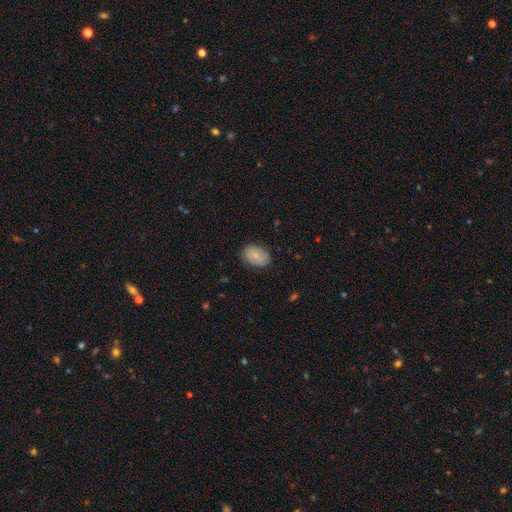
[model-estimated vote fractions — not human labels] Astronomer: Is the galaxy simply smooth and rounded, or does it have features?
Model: smooth — 68%.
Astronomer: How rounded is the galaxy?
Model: in between — 79%.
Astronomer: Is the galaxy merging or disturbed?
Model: none — 80%.